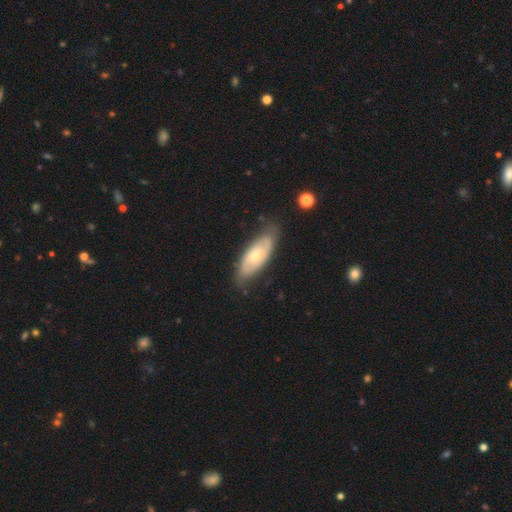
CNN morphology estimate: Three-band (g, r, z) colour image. It shows a smooth galaxy with no disk features (50%). Merging: none (73%).